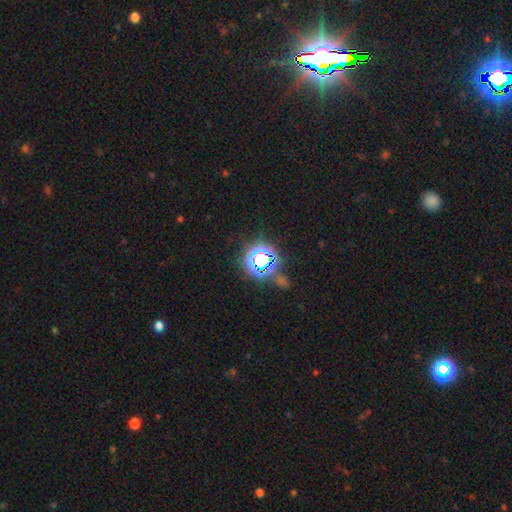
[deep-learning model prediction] Smooth or featured?
  - star or artifact: 76% *
  - smooth: 16%
  - featured or disk: 8%